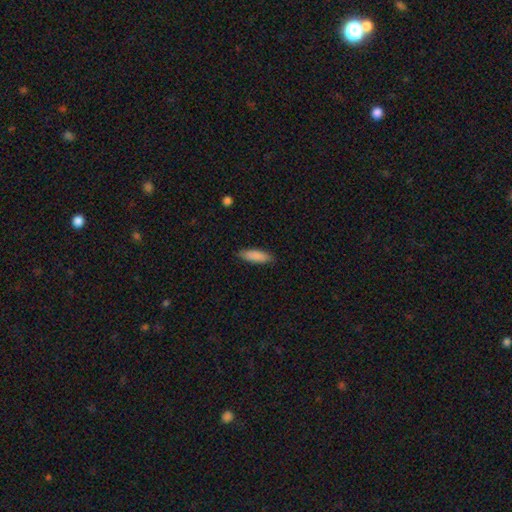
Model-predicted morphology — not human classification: This is clearly a smooth galaxy (87%). How rounded: possibly cigar-shaped (52%). Merging: clearly none (86%).